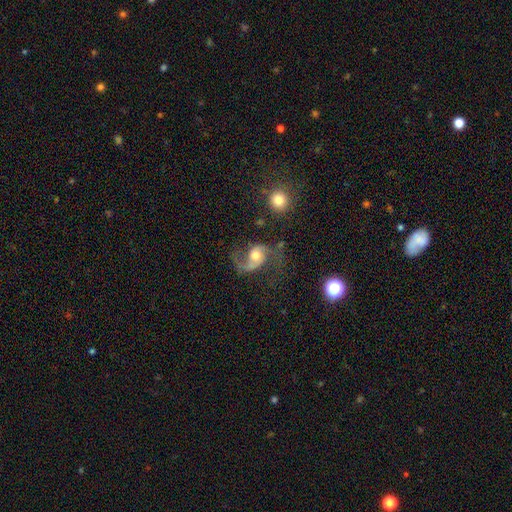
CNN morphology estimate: Overall: featured or disk (84%). Edge-on disk: no (98%). Bar: no (61%; weak 31%). Spiral arms: yes (95%). Spiral arm count: 2 (85%). Spiral winding: loose (62%; medium 32%). Bulge size: moderate (65%). Merging: none (53%; major disturbance 25%).